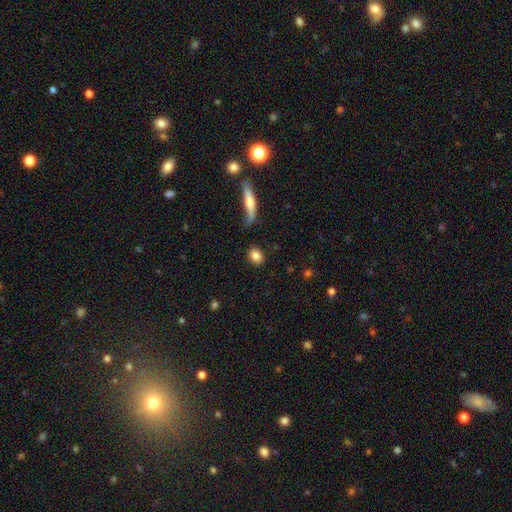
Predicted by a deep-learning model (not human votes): Smooth or featured? Predicted: smooth (p=0.84). How rounded? Predicted: in between (p=0.49). Merging? Predicted: none (p=0.86).